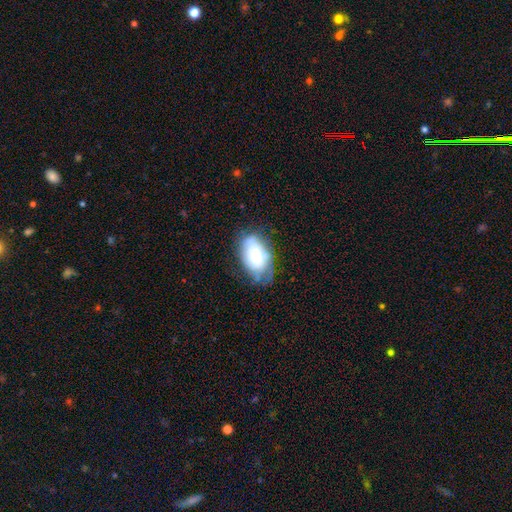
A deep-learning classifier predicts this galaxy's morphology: This is possibly a smooth galaxy (50%). How rounded: clearly in between (88%). Merging: possibly none (49%).